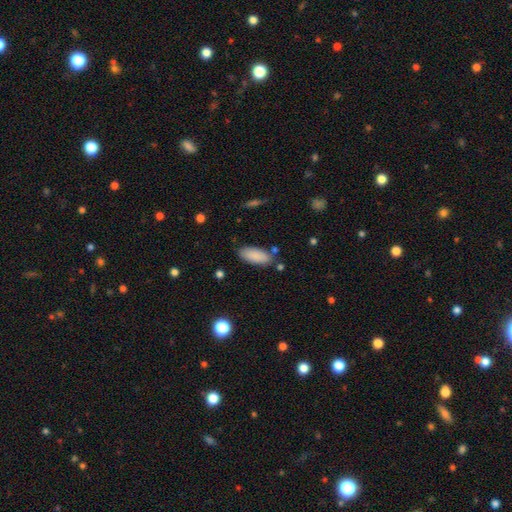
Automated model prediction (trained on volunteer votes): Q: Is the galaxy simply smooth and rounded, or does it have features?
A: smooth — 88%.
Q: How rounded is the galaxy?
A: in between — 83%.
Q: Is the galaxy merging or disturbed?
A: none — 80%.